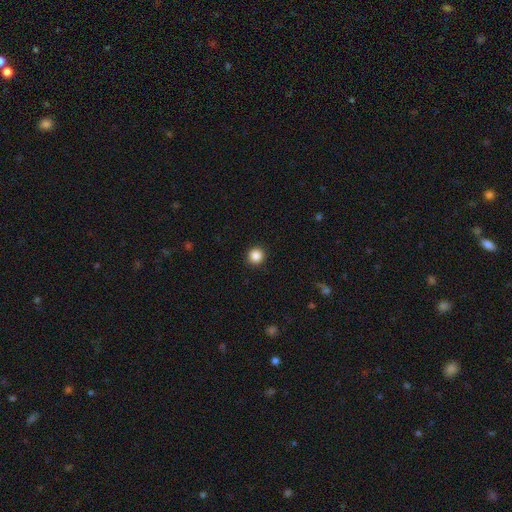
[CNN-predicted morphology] Overall: smooth (87%). How rounded: round (95%). Merging: none (92%).